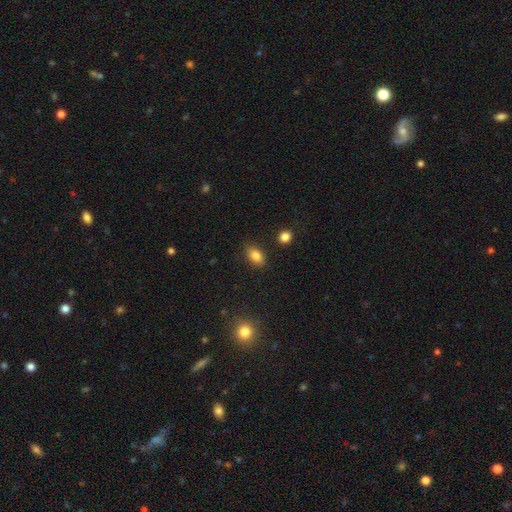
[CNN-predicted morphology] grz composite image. It shows a smooth galaxy with no disk features (83%) that is in between round and cigar-shaped (86%). Merging: none (86%).